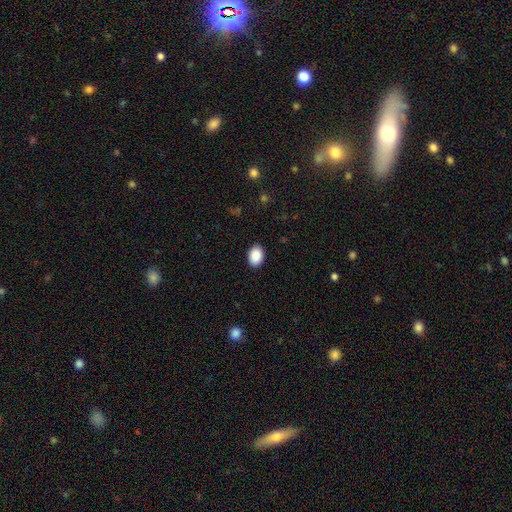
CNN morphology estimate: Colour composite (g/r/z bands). It shows a smooth galaxy with no disk features (91%) that is in between round and cigar-shaped (78%). Merging: none (90%).